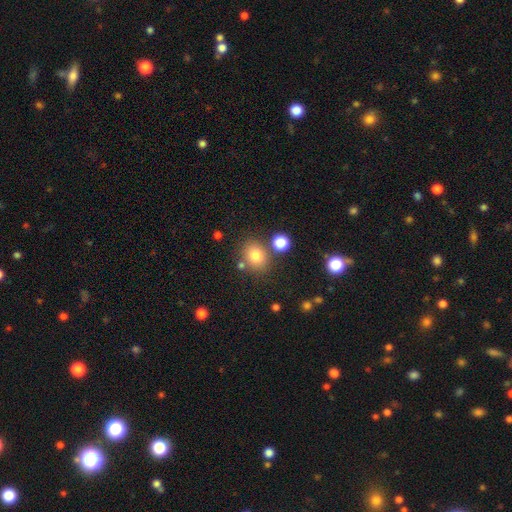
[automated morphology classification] smooth-or-featured: smooth: 78% | star or artifact: 12% | featured or disk: 9%
  how-rounded: round: 59% | in between: 40% | cigar-shaped: 1%
  merging: none: 74% | minor disturbance: 12% | merger: 11% | major disturbance: 4%